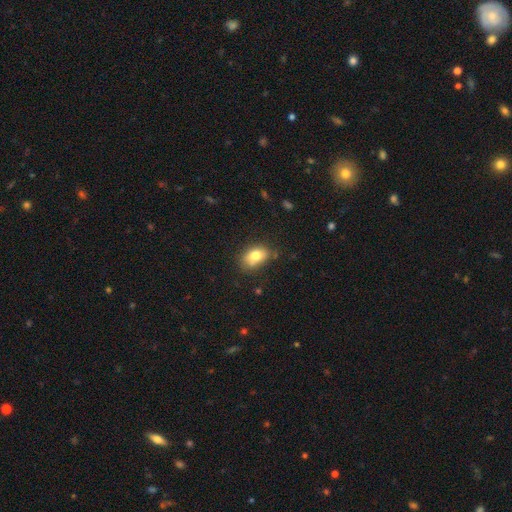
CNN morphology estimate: Q: Smooth or featured?
A: smooth (77%); runner-up: featured or disk (14%)
Q: How rounded?
A: in between (81%); runner-up: round (17%)
Q: Merging?
A: none (65%); runner-up: minor disturbance (24%)